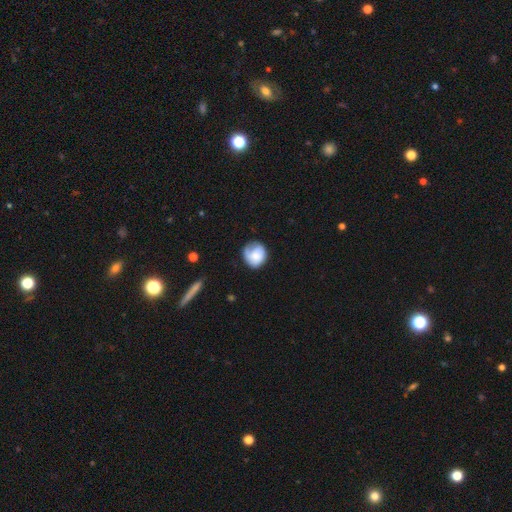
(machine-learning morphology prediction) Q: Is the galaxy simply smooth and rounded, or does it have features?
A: smooth — 63%.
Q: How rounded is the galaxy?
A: round — 78%.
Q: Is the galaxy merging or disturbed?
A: none — 58%.